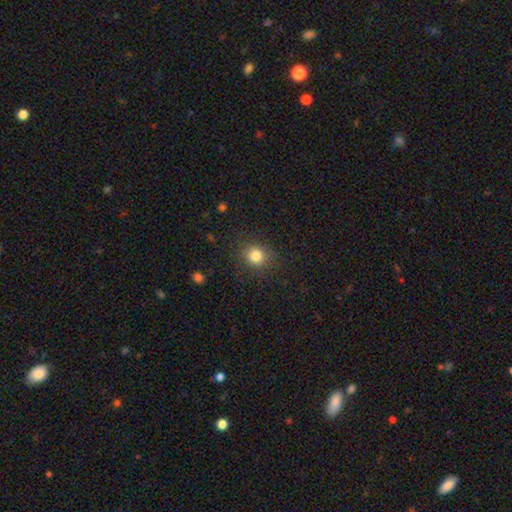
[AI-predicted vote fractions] Smooth or featured: smooth — 82% (star or artifact — 12%)
How rounded: round — 81% (in between — 18%)
Merging: none — 88% (minor disturbance — 8%)